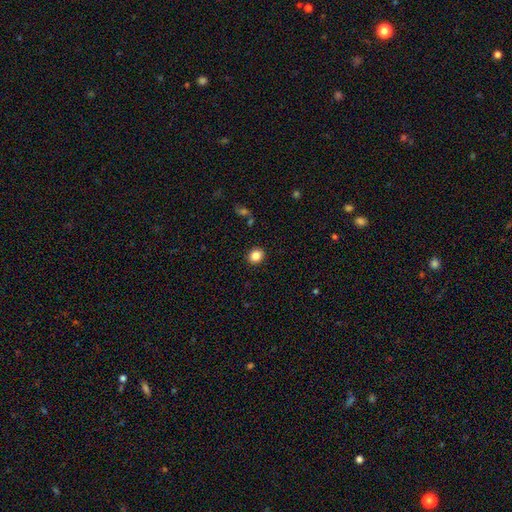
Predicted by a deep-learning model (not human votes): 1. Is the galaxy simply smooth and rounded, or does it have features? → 85% smooth, 10% star or artifact, 5% featured or disk.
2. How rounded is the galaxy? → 69% round, 30% in between, 1% cigar-shaped.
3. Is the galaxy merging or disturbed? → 90% none, 6% minor disturbance, 2% major disturbance, 1% merger.